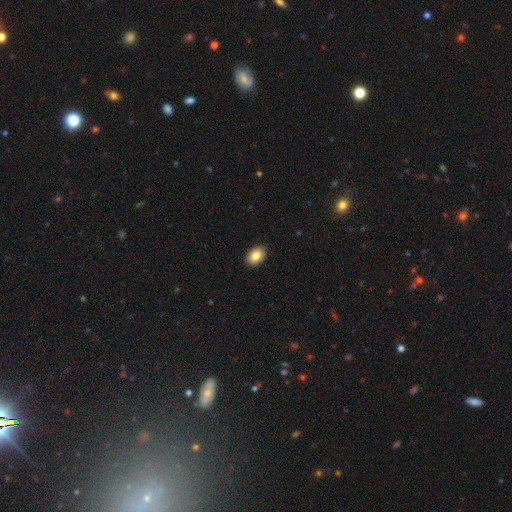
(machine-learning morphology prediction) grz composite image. It shows a smooth galaxy with no disk features (85%) that is in between round and cigar-shaped (81%). Merging: none (90%).